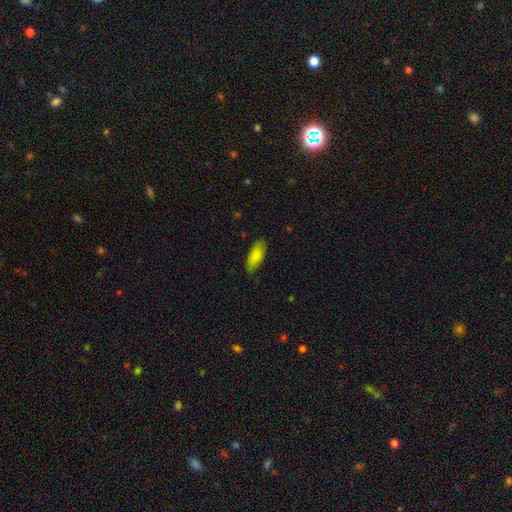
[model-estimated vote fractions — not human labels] Q: Smooth or featured?
A: smooth (86%); runner-up: featured or disk (8%)
Q: How rounded?
A: in between (78%); runner-up: cigar-shaped (20%)
Q: Merging?
A: none (84%); runner-up: minor disturbance (13%)